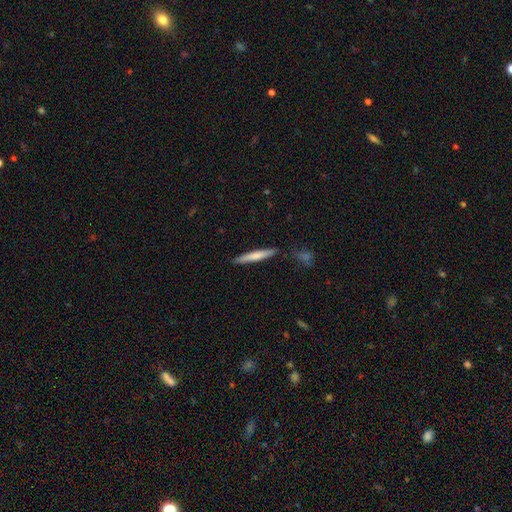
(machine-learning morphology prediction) A smooth galaxy with no disk features (71%) that is cigar-shaped (94%). Merging: none (86%).